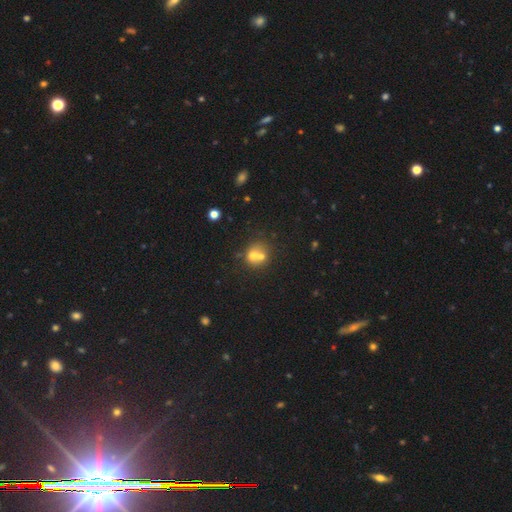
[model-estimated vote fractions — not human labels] The model was most divided on "merging": merger: 57%, none: 31%, minor disturbance: 8%, major disturbance: 4%. More confident: how rounded — round (71%); smooth or featured — smooth (60%).